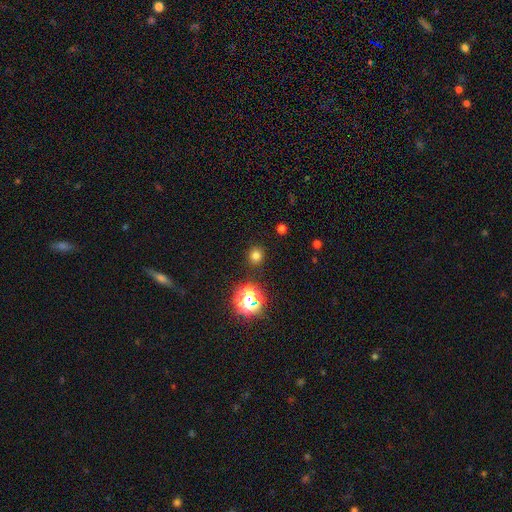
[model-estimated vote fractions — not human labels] smooth-or-featured: smooth: 75% | star or artifact: 20% | featured or disk: 5%
  how-rounded: round: 87% | in between: 12% | cigar-shaped: 1%
  merging: none: 89% | minor disturbance: 7% | major disturbance: 3% | merger: 2%